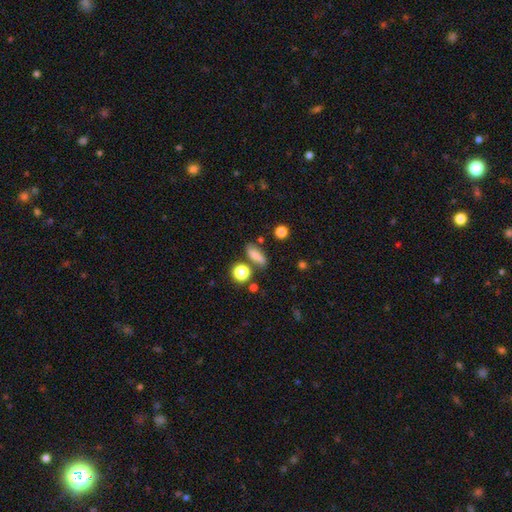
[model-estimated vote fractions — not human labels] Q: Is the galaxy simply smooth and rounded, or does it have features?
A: smooth — 77%.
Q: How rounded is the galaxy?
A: in between — 57%.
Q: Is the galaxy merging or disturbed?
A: none — 72%.